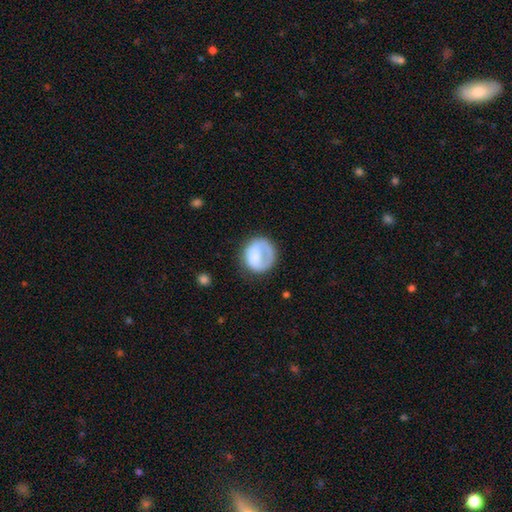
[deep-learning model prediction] smooth 62%, featured or disk 32%, star or artifact 6%. Down the decision tree: how rounded — round (80%); merging — none (54%).